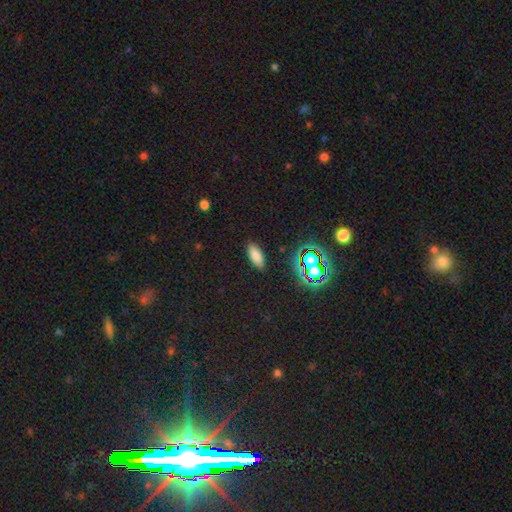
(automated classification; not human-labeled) A smooth galaxy with no disk features (78%) that is in between round and cigar-shaped (86%). Merging: none (87%).